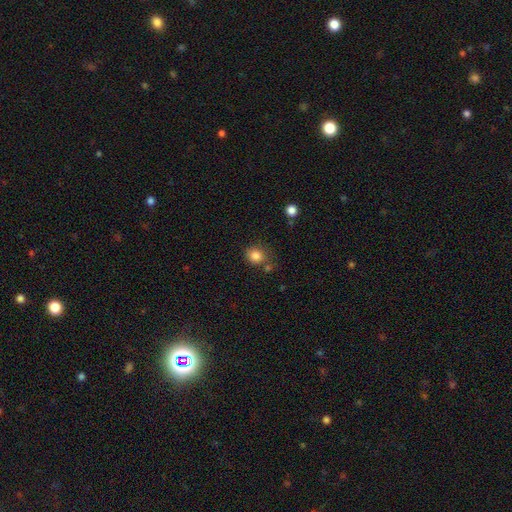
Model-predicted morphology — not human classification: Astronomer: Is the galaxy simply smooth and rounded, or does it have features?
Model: smooth — 84%.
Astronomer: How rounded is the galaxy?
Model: round — 72%.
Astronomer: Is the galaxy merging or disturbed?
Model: none — 69%.